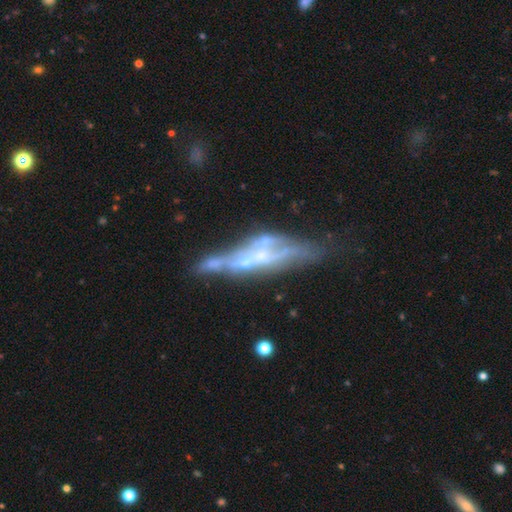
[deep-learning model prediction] Q: Smooth or featured?
A: featured or disk (74%); runner-up: smooth (17%)
Q: Edge-on disk?
A: yes (59%); runner-up: no (41%)
Q: Merging?
A: none (37%); runner-up: merger (24%)